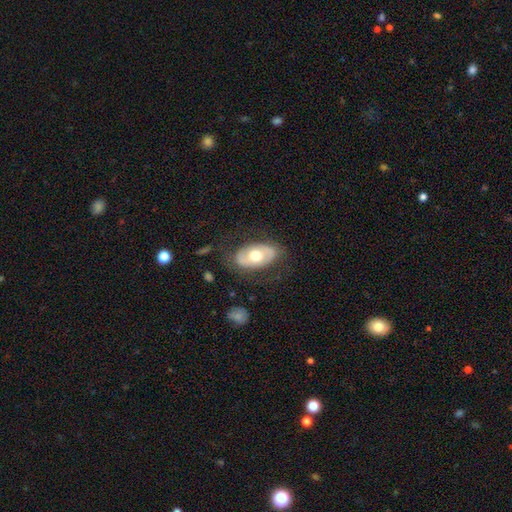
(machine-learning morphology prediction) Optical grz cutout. It shows a featured or disk galaxy (50%). Merging: none (74%).